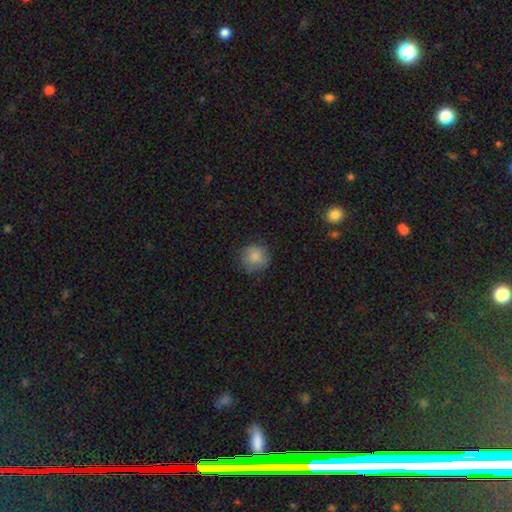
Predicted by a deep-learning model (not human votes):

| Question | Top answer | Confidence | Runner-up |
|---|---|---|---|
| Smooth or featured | smooth | 83% | star or artifact (9%) |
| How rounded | round | 92% | in between (7%) |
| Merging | none | 81% | minor disturbance (14%) |